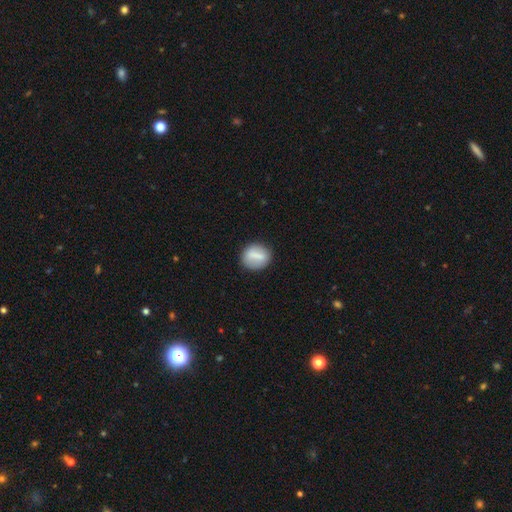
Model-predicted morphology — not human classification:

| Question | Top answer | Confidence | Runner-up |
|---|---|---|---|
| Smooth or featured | smooth | 69% | featured or disk (24%) |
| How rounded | round | 63% | in between (34%) |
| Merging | none | 82% | minor disturbance (12%) |